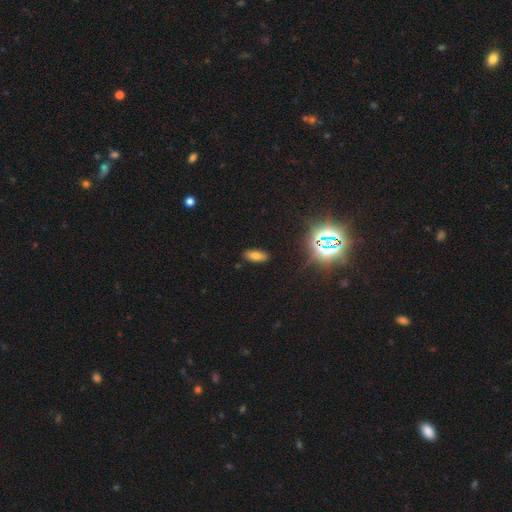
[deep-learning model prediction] A smooth galaxy with no disk features (67%) that is in between round and cigar-shaped (80%). Merging: none (88%).